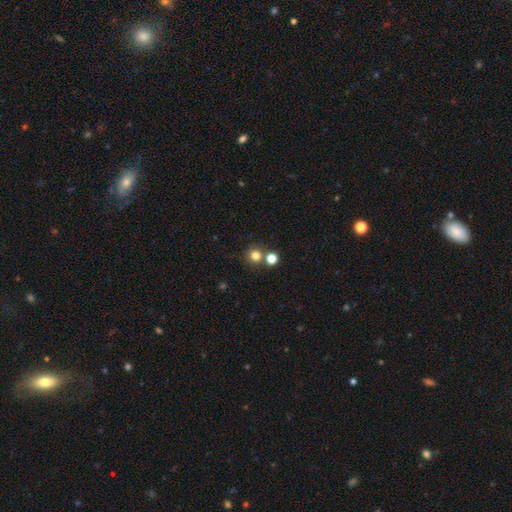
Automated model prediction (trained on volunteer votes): The model was most divided on "merging": none: 71%, merger: 19%, minor disturbance: 7%, major disturbance: 3%. More confident: how rounded — round (93%); smooth or featured — smooth (78%).